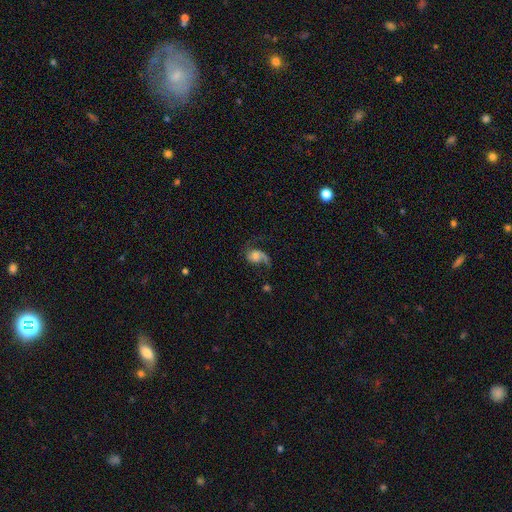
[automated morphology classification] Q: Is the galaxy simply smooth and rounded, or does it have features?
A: featured or disk — 69%.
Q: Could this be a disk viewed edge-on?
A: no — 97%.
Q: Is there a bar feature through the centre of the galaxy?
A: no — 66%.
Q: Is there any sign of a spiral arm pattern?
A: yes — 92%.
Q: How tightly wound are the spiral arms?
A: loose — 61%.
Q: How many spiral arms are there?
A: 1 — 47%, tied with 2.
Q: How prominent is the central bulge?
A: moderate — 41%.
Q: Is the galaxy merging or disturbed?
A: none — 45%.